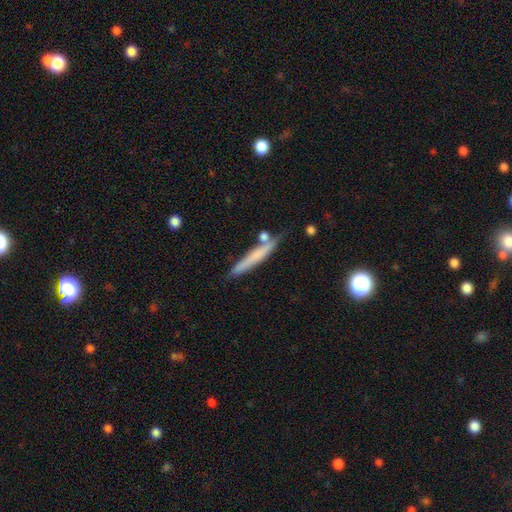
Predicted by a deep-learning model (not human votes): A smooth galaxy with no disk features (57%) that is cigar-shaped (94%).

Vote fractions:
- Smooth or featured? smooth: 57% / featured or disk: 36% / star or artifact: 7%
- How rounded? cigar-shaped: 94% / in between: 4% / round: 2%
- Merging? none: 74% / minor disturbance: 15% / merger: 8% / major disturbance: 3%